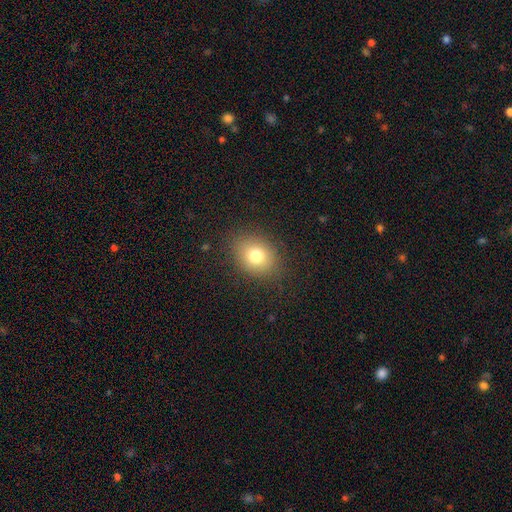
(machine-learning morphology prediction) smooth_or_featured: smooth (p=0.76) [alt: star or artifact p=0.13]
how_rounded: in between (p=0.50) [alt: round p=0.49]
merging: none (p=0.84) [alt: minor disturbance p=0.11]